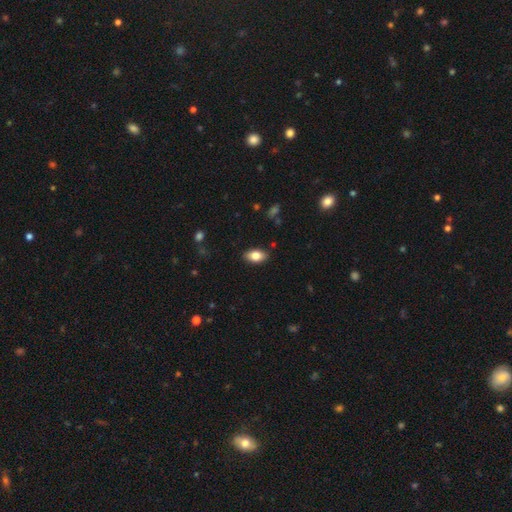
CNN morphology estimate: Smooth or featured?
  - smooth: 81% *
  - featured or disk: 12%
  - star or artifact: 7%
How rounded?
  - in between: 91% *
  - round: 5%
  - cigar-shaped: 3%
Merging?
  - none: 87% *
  - minor disturbance: 10%
  - major disturbance: 2%
  - merger: 1%